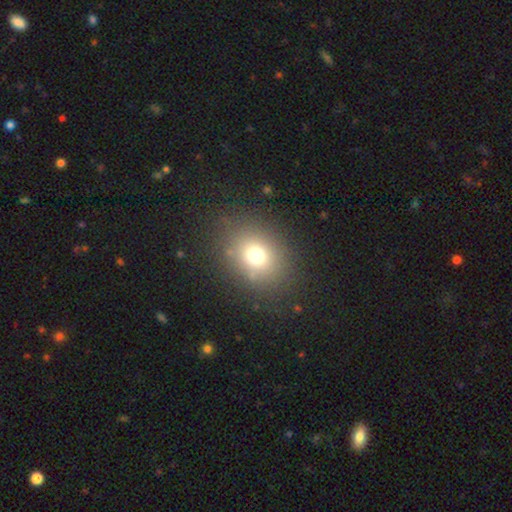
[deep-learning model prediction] This appears to be a smooth galaxy with no disk features (71%) that is round (55%). Merging: none (82%).